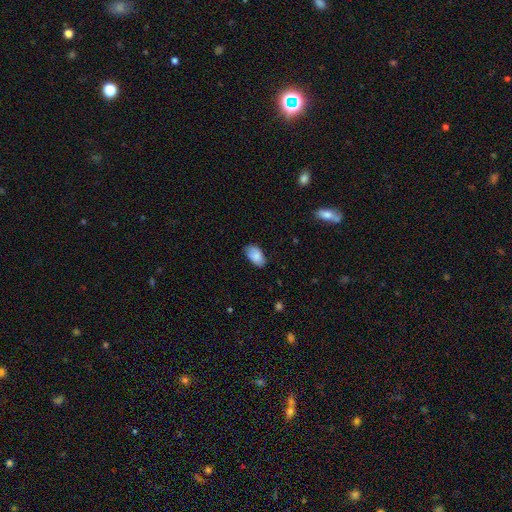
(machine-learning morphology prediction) A smooth galaxy with no disk features (86%) that is in between round and cigar-shaped (94%). Merging: none (74%).